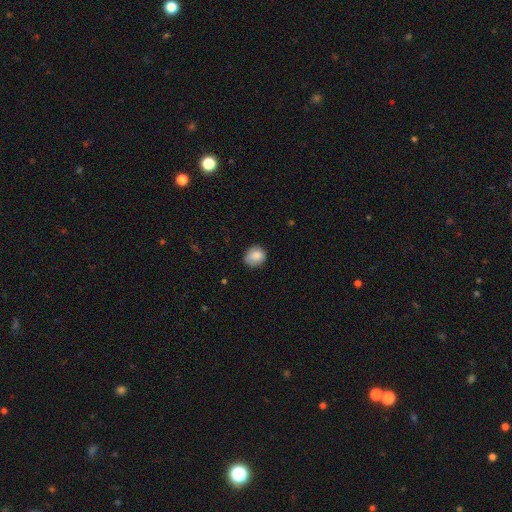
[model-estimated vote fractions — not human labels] The model was most divided on "how rounded": round: 71%, in between: 28%, cigar-shaped: 1%. More confident: smooth or featured — smooth (85%); merging — none (73%).